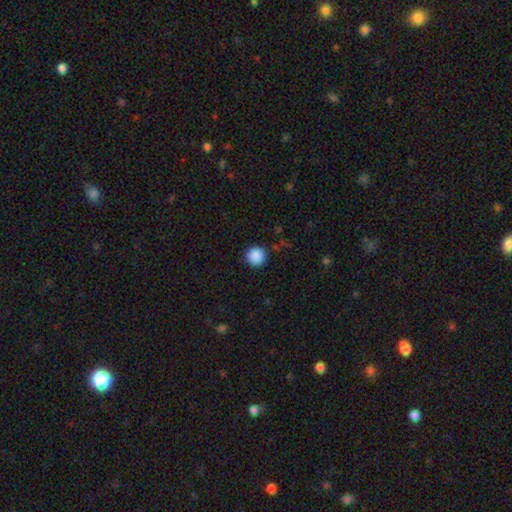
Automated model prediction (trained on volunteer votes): This is clearly a smooth galaxy (89%). How rounded: clearly round (95%). Merging: clearly none (90%).